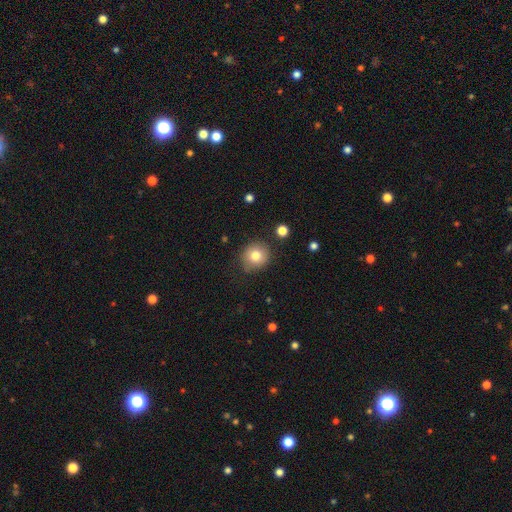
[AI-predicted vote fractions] A smooth galaxy with no disk features (78%) that is round (85%). Merging: none (81%).